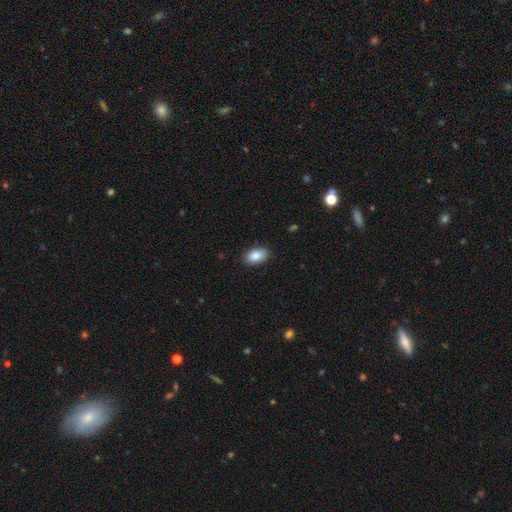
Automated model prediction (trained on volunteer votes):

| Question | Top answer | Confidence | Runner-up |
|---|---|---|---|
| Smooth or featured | smooth | 88% | star or artifact (7%) |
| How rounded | in between | 92% | round (7%) |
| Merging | none | 88% | minor disturbance (9%) |